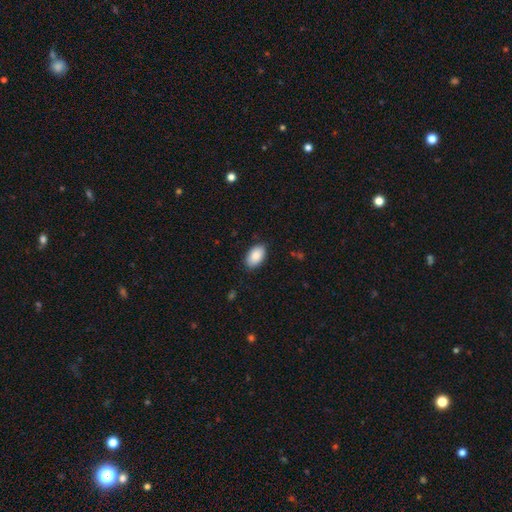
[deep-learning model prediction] smooth-or-featured: smooth: 89% | star or artifact: 6% | featured or disk: 5%
  how-rounded: in between: 94% | round: 5% | cigar-shaped: 1%
  merging: none: 86% | minor disturbance: 11% | major disturbance: 2% | merger: 1%